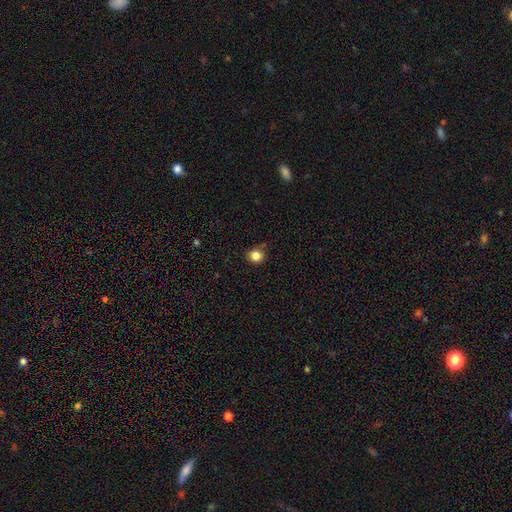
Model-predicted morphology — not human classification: This appears to be a smooth galaxy with no disk features (83%) that is round (90%). Merging: none (78%).